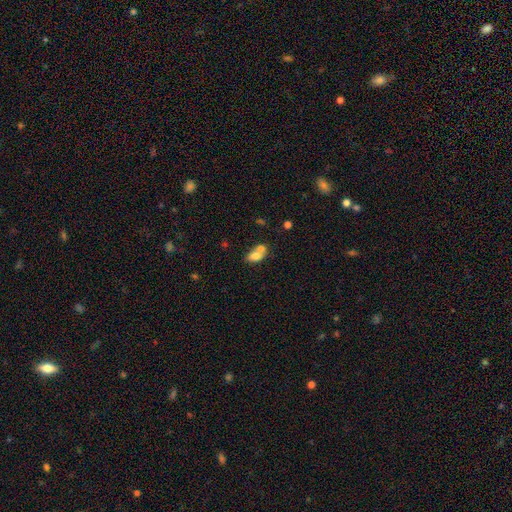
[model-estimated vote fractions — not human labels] smooth_or_featured: smooth (p=0.73) [alt: featured or disk p=0.18]
how_rounded: in between (p=0.81) [alt: round p=0.15]
merging: merger (p=0.57) [alt: none p=0.27]